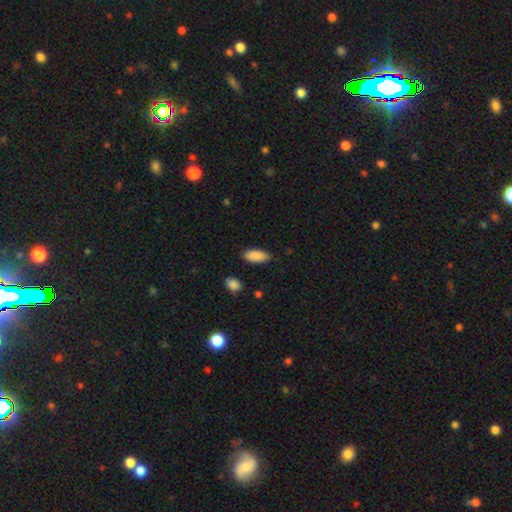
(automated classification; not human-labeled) A smooth galaxy with no disk features (89%) that is in between round and cigar-shaped (86%).

Vote fractions:
- Smooth or featured? smooth: 89% / star or artifact: 6% / featured or disk: 4%
- How rounded? in between: 86% / cigar-shaped: 12% / round: 2%
- Merging? none: 85% / minor disturbance: 11% / major disturbance: 2% / merger: 2%